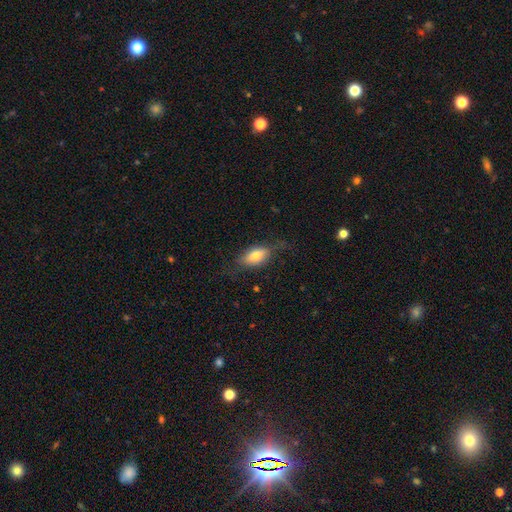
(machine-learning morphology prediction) Overall: smooth (67%). How rounded: in between (84%). Merging: none (61%; minor disturbance 24%).